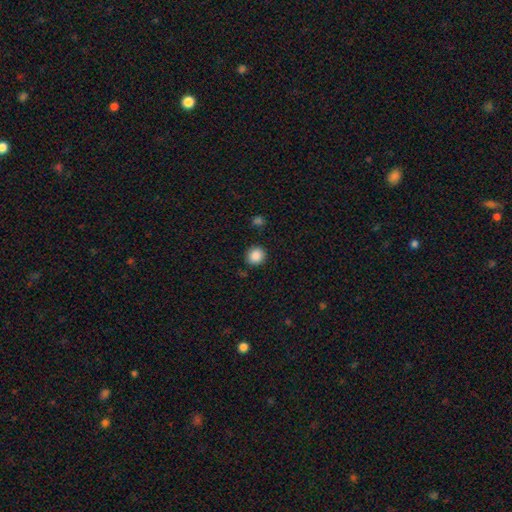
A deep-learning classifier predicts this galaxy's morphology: smooth-or-featured: smooth: 88% | star or artifact: 9% | featured or disk: 3%
  how-rounded: round: 88% | in between: 11% | cigar-shaped: 1%
  merging: none: 88% | minor disturbance: 7% | major disturbance: 2% | merger: 2%